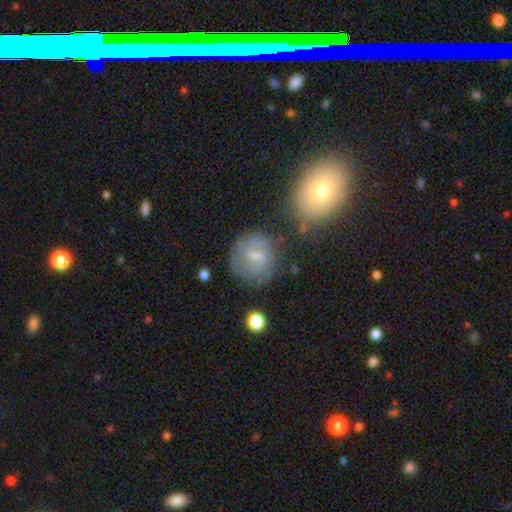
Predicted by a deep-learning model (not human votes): Smooth or featured? Predicted: featured or disk (p=0.60). Edge-on disk? Predicted: no (p=0.97). Bar? Predicted: weak (p=0.60). Spiral arms? Predicted: yes (p=0.84). Bulge size? Predicted: small (p=0.50). Merging? Predicted: none (p=0.69).